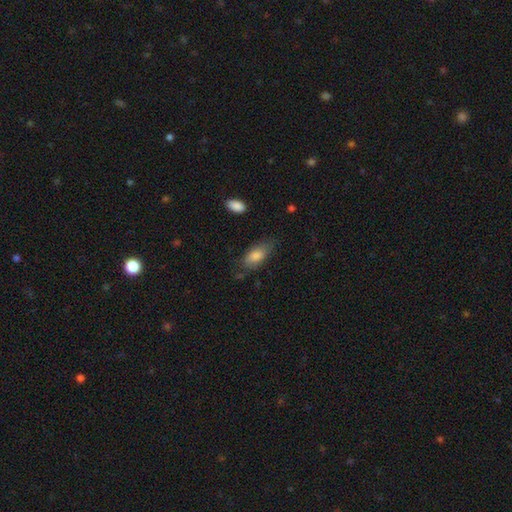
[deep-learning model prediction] smooth-or-featured: smooth: 76% | featured or disk: 16% | star or artifact: 8%
  how-rounded: in between: 83% | cigar-shaped: 14% | round: 3%
  merging: none: 67% | minor disturbance: 24% | major disturbance: 7% | merger: 2%